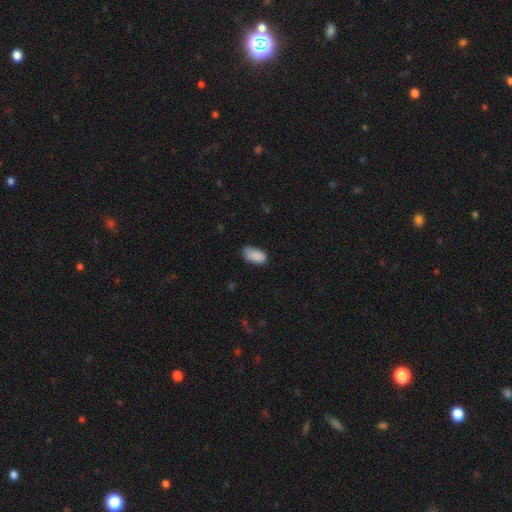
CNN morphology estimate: type=smooth (87%); roundness=in between (93%); merging=none (61%).